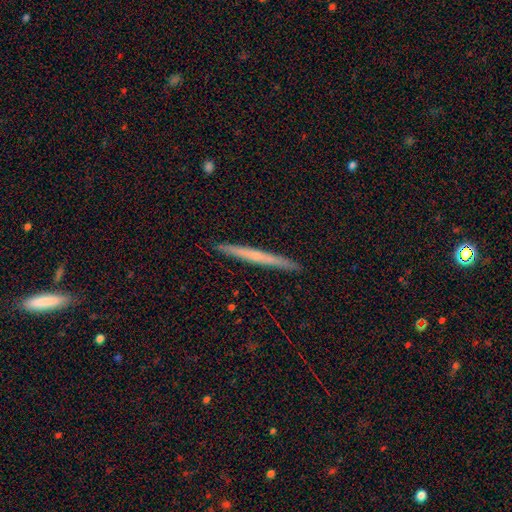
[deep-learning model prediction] featured or disk 52%, smooth 42%, star or artifact 6%. Down the decision tree: edge-on disk — yes (97%); edge-on bulge — none (73%); merging — none (92%).